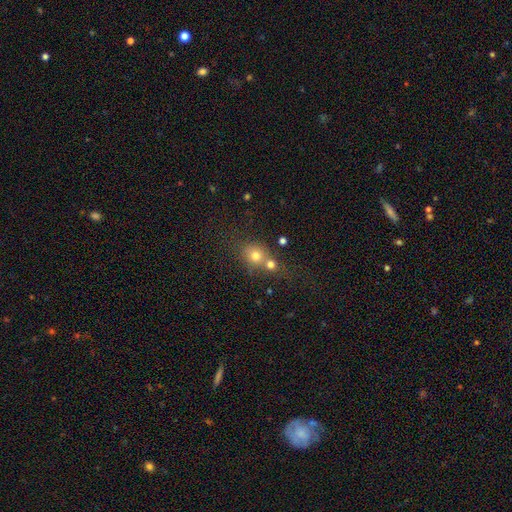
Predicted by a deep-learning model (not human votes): Smooth or featured? Predicted: smooth (p=0.72). How rounded? Predicted: round (p=0.76). Merging? Predicted: merger (p=0.46).